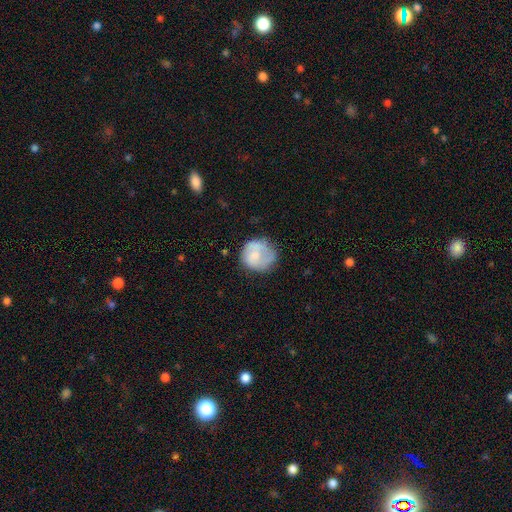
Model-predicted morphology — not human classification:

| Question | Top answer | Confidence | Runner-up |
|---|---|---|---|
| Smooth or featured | smooth | 63% | featured or disk (30%) |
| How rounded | round | 82% | in between (17%) |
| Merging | none | 54% | minor disturbance (28%) |